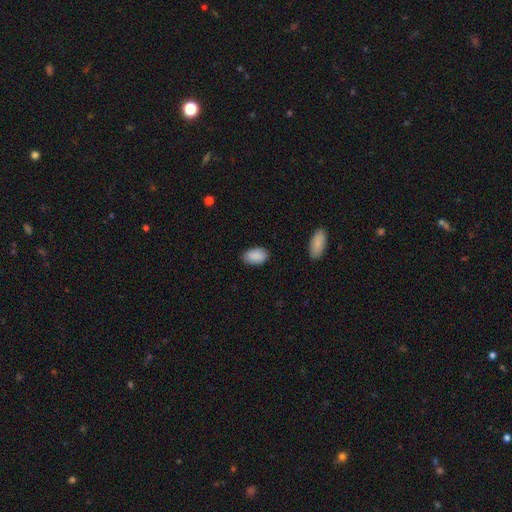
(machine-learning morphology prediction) type=smooth (89%); roundness=in between (92%); merging=none (84%).